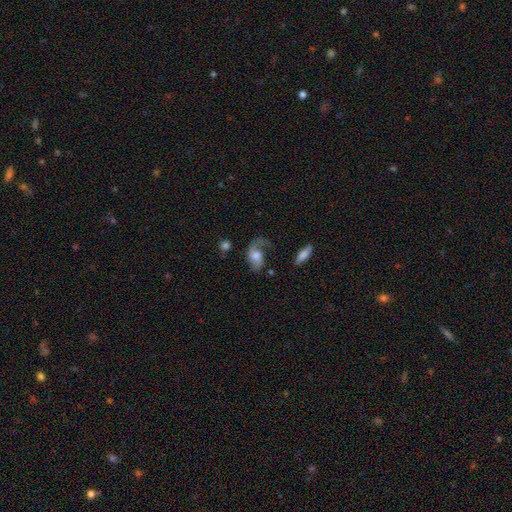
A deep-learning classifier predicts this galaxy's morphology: This is possibly a featured or disk galaxy (55%). It is clearly not viewed edge-on (94%). Bar: likely no (68%). Spiral arm pattern: clearly yes (84%). Central bulge: possibly moderate (47%). Merging: marginally none (38%).